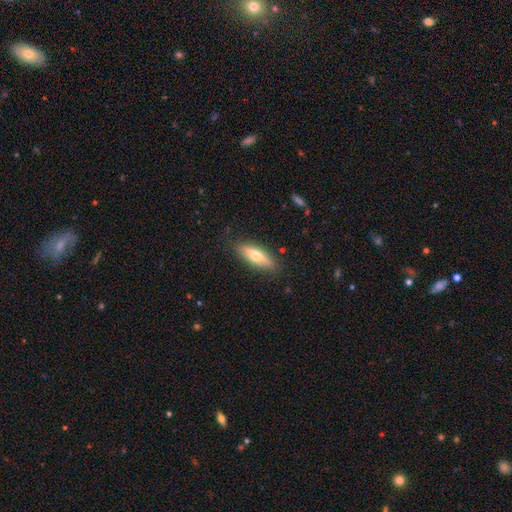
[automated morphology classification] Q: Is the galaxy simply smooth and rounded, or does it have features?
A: smooth — 52%.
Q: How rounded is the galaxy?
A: in between — 49%.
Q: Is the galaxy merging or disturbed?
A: none — 85%.